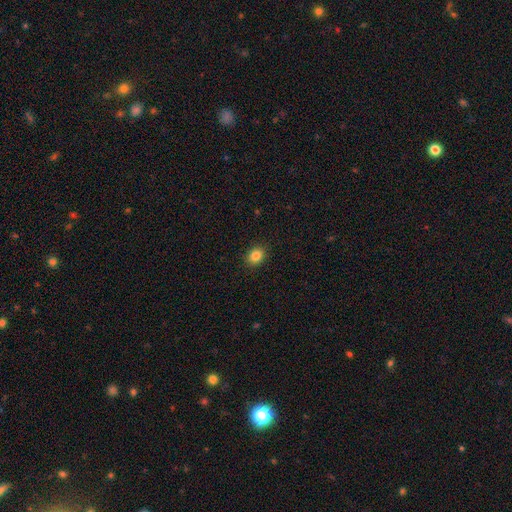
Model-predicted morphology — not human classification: Smooth or featured? Predicted: smooth (p=0.85). How rounded? Predicted: round (p=0.52). Merging? Predicted: none (p=0.90).